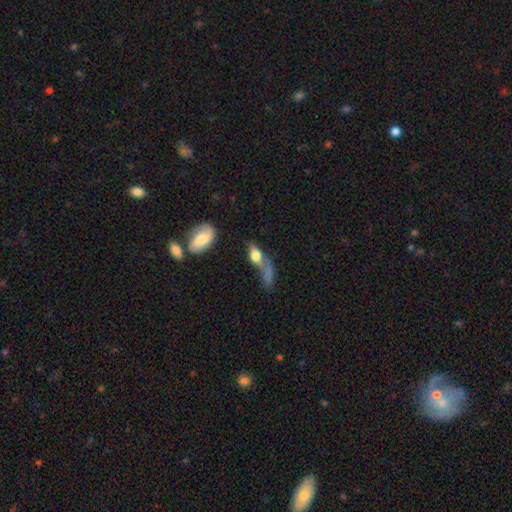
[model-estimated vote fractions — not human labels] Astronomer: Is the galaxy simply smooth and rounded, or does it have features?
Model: smooth — 60%.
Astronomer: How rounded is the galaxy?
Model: in between — 64%.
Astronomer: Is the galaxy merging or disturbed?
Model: major disturbance — 32% (runner-up: merger, 30%).